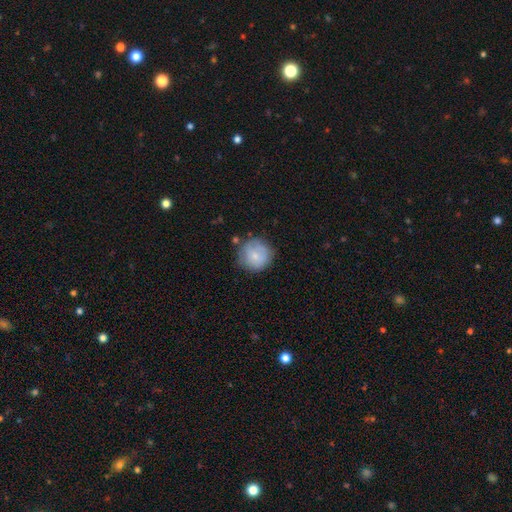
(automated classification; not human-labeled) Morphology: type=smooth (73%); roundness=round (93%); merging=none (69%).